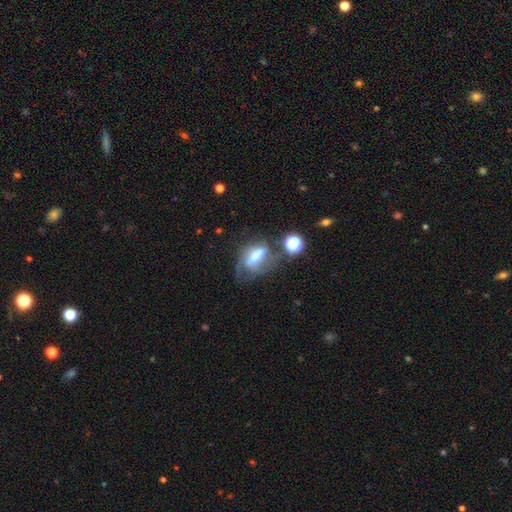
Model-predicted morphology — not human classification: smooth-or-featured: featured or disk: 47% | smooth: 39% | star or artifact: 14%
  merging: major disturbance: 35% | none: 28% | minor disturbance: 22% | merger: 15%